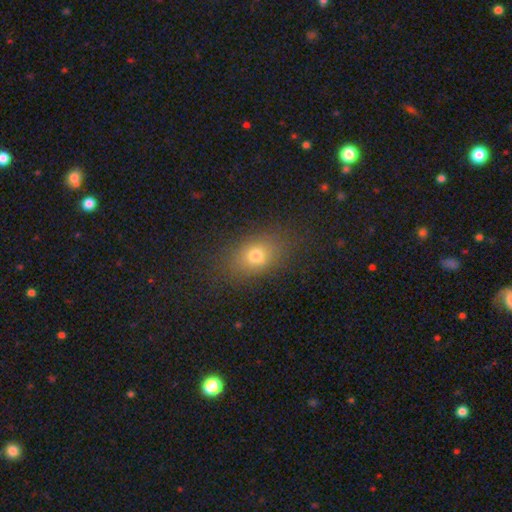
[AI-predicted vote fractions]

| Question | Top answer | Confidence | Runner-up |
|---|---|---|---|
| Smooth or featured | smooth | 74% | star or artifact (14%) |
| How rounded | in between | 70% | round (28%) |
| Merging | none | 81% | minor disturbance (12%) |